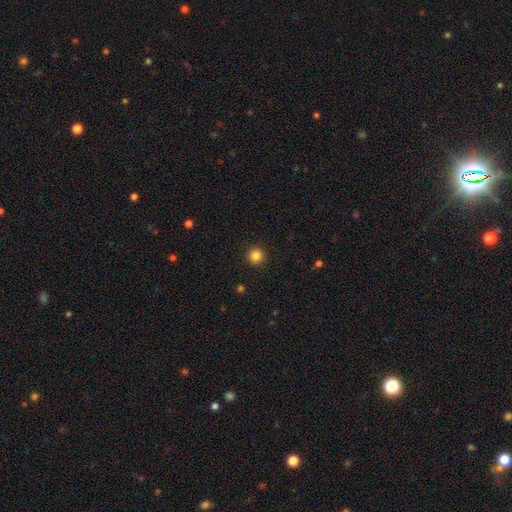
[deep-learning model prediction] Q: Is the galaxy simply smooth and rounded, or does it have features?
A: smooth — 85%.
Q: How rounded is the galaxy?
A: round — 95%.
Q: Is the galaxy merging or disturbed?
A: none — 92%.